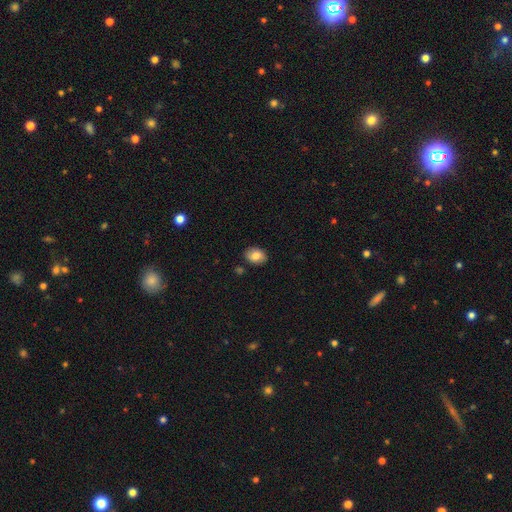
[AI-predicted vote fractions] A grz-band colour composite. It shows a smooth galaxy with no disk features (81%) that is in between round and cigar-shaped (72%). Merging: none (85%).